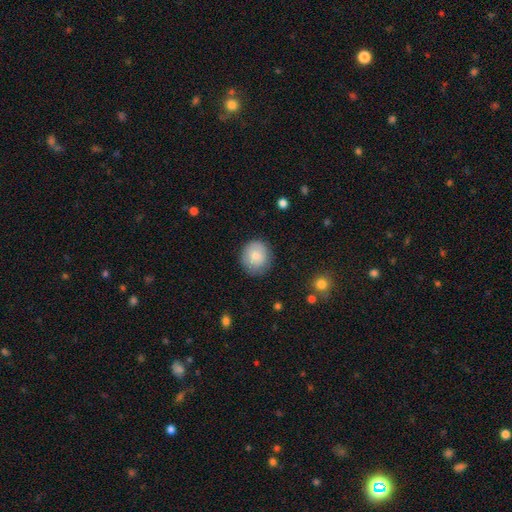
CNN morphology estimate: smooth_or_featured: smooth (p=0.81) [alt: featured or disk p=0.11]
how_rounded: round (p=0.86) [alt: in between p=0.13]
merging: none (p=0.83) [alt: minor disturbance p=0.13]